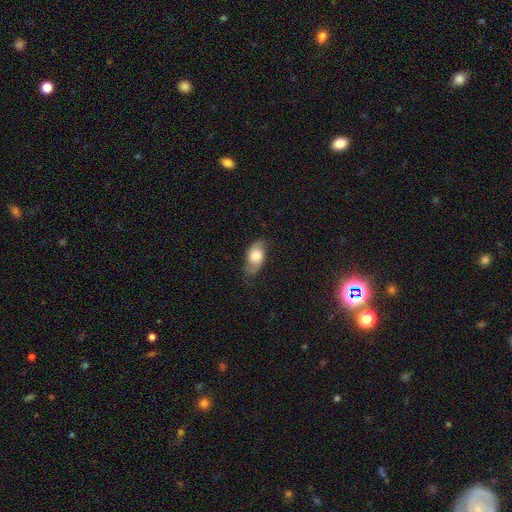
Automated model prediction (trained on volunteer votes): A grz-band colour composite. It shows a smooth galaxy with no disk features (63%) that is in between round and cigar-shaped (89%). Merging: none (68%).